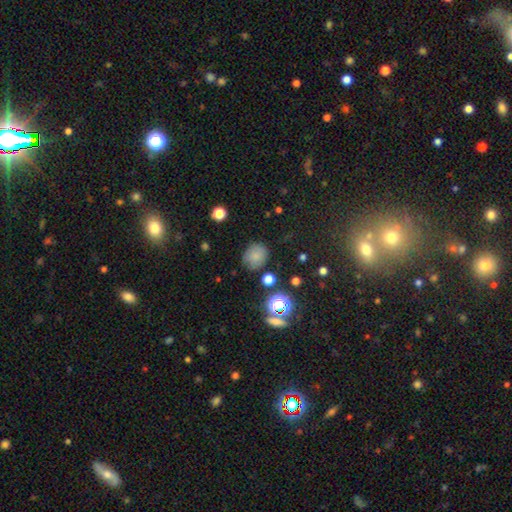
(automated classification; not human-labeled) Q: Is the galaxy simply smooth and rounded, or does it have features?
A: smooth — 76%.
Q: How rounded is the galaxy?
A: round — 73%.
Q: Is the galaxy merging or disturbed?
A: none — 77%.